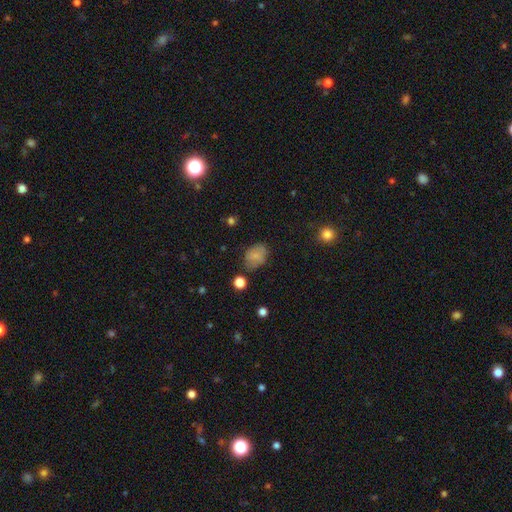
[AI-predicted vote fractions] This is likely a smooth galaxy (78%). How rounded: likely in between (69%). Merging: likely none (72%).